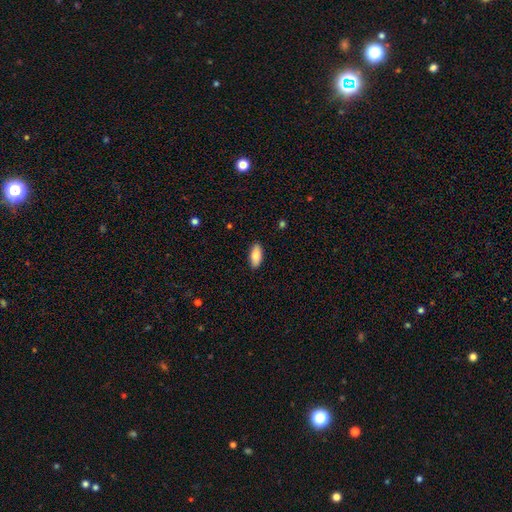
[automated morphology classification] smooth 83%, featured or disk 11%, star or artifact 6%. Down the decision tree: how rounded — in between (86%); merging — none (89%).